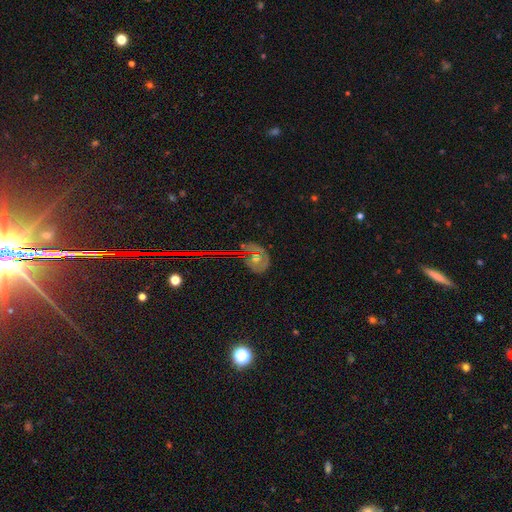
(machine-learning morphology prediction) smooth-or-featured: star or artifact: 53% | featured or disk: 32% | smooth: 15%